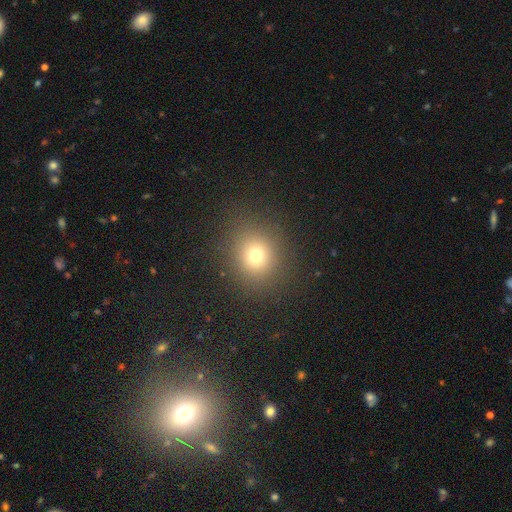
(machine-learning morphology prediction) smooth-or-featured: smooth: 72% | star or artifact: 18% | featured or disk: 9%
  how-rounded: round: 84% | in between: 15% | cigar-shaped: 1%
  merging: none: 88% | minor disturbance: 7% | major disturbance: 4% | merger: 1%